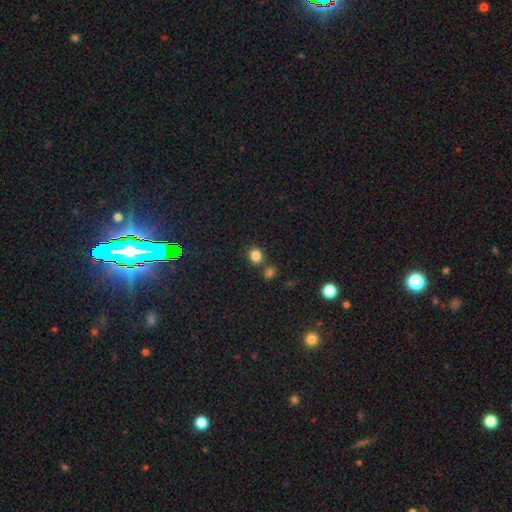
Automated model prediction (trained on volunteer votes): smooth-or-featured: smooth: 82% | star or artifact: 13% | featured or disk: 5%
  how-rounded: round: 77% | in between: 22% | cigar-shaped: 1%
  merging: none: 69% | merger: 20% | minor disturbance: 9% | major disturbance: 3%